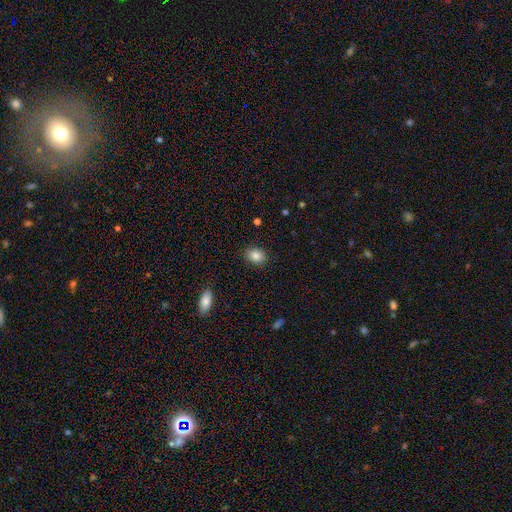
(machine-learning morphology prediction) Overall: smooth (85%). How rounded: in between (62%; round 37%). Merging: none (87%).